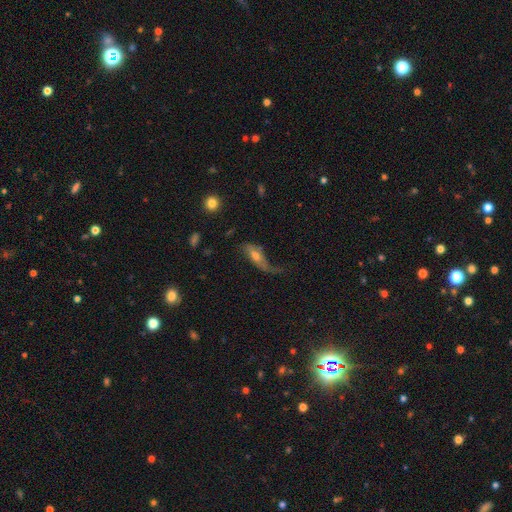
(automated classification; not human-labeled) A featured or disk galaxy (53%).

Vote fractions:
- Smooth or featured? featured or disk: 53% / smooth: 37% / star or artifact: 9%
- Edge-on disk? no: 75% / yes: 25%
- Merging? major disturbance: 40% / none: 31% / minor disturbance: 24% / merger: 5%